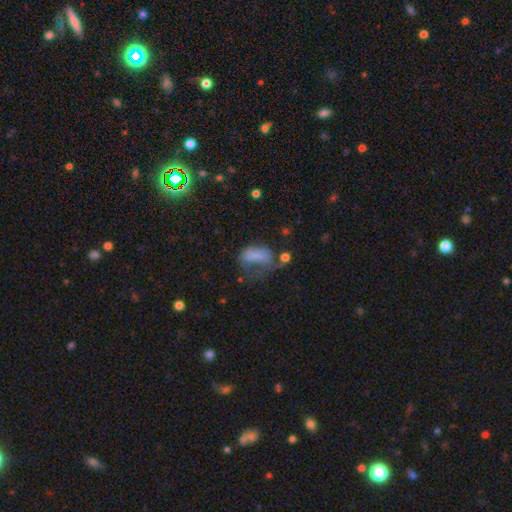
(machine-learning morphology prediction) smooth_or_featured: smooth (p=0.64) [alt: featured or disk p=0.23]
how_rounded: in between (p=0.86) [alt: round p=0.10]
merging: major disturbance (p=0.52) [alt: minor disturbance p=0.21]